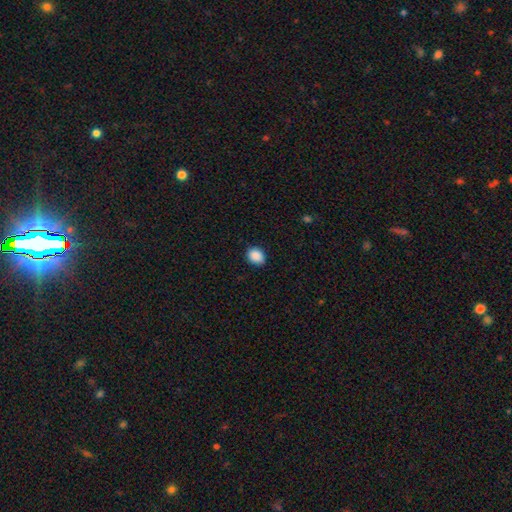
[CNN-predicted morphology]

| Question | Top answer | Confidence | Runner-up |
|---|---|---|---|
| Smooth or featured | smooth | 90% | star or artifact (8%) |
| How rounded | round | 57% | in between (42%) |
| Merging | none | 87% | minor disturbance (10%) |